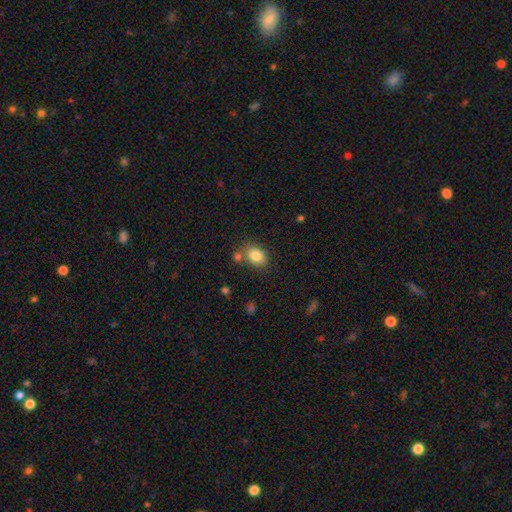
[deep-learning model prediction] The model was most divided on "how rounded": in between: 63%, round: 36%, cigar-shaped: 1%. More confident: smooth or featured — smooth (82%); merging — none (69%).